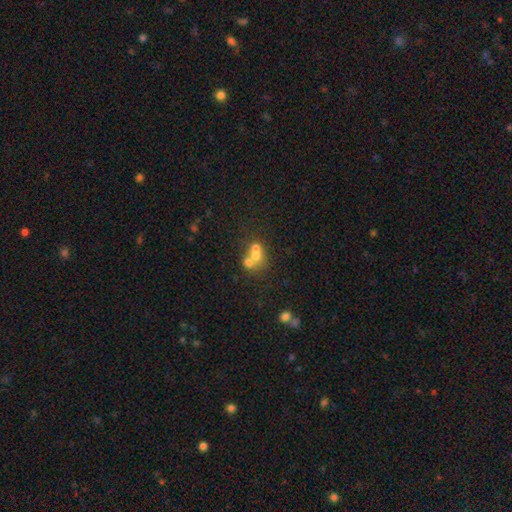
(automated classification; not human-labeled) Q: Smooth or featured?
A: smooth (57%); runner-up: featured or disk (28%)
Q: How rounded?
A: round (73%); runner-up: in between (26%)
Q: Merging?
A: merger (61%); runner-up: none (28%)